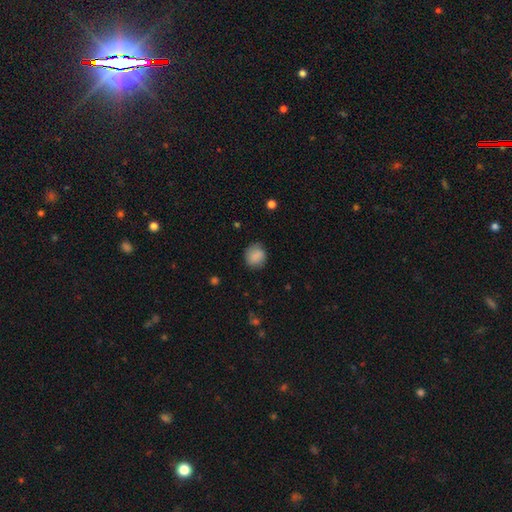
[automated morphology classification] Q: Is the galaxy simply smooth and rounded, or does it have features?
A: smooth — 85%.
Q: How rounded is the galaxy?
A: round — 81%.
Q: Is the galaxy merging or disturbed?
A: none — 80%.